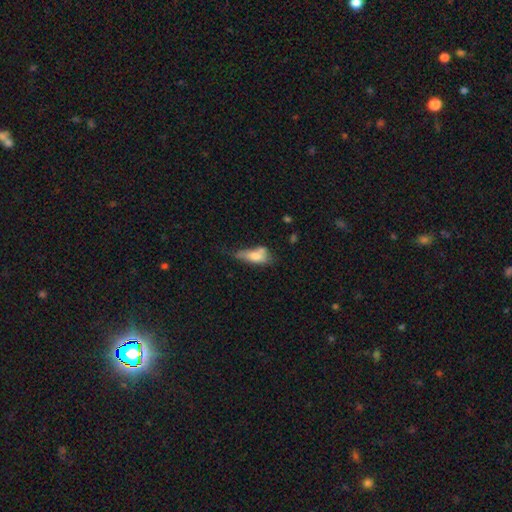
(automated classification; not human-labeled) Smooth or featured? smooth (66%)
How rounded? in between (70%)
Merging? none (30%)